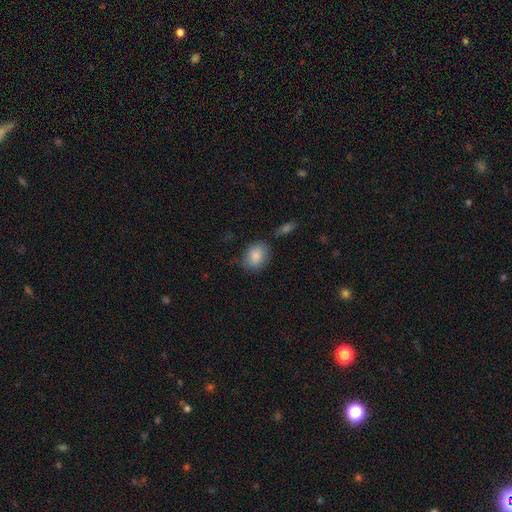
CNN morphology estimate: This is clearly a smooth galaxy (86%). How rounded: possibly in between (57%). Merging: likely none (69%).